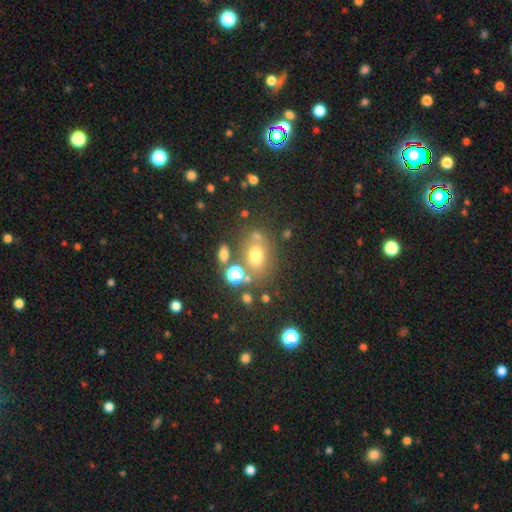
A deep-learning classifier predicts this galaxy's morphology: A smooth galaxy with no disk features (66%) that is in between round and cigar-shaped (52%).

Vote fractions:
- Smooth or featured? smooth: 66% / star or artifact: 20% / featured or disk: 14%
- How rounded? in between: 52% / round: 46% / cigar-shaped: 2%
- Merging? none: 61% / merger: 16% / minor disturbance: 15% / major disturbance: 8%